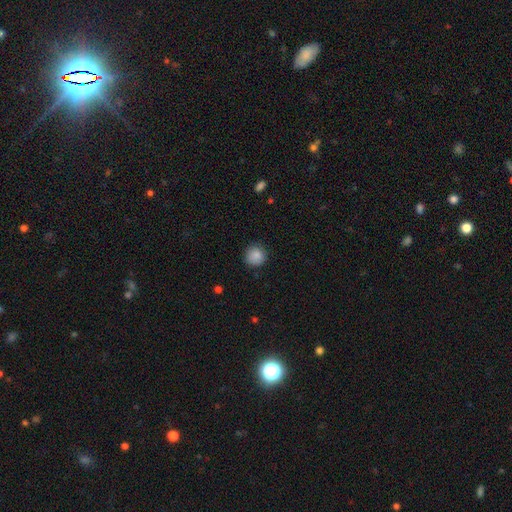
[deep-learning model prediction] smooth 87%, star or artifact 9%, featured or disk 4%. Down the decision tree: how rounded — round (92%); merging — none (84%).